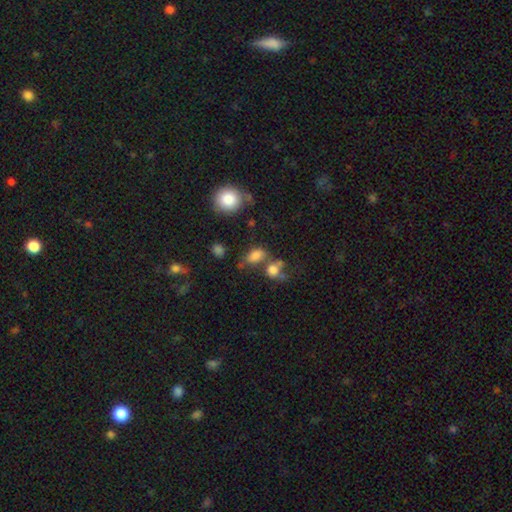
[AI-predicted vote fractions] smooth_or_featured: smooth (p=0.77) [alt: star or artifact p=0.13]
how_rounded: in between (p=0.76) [alt: round p=0.21]
merging: none (p=0.43) [alt: merger p=0.30]